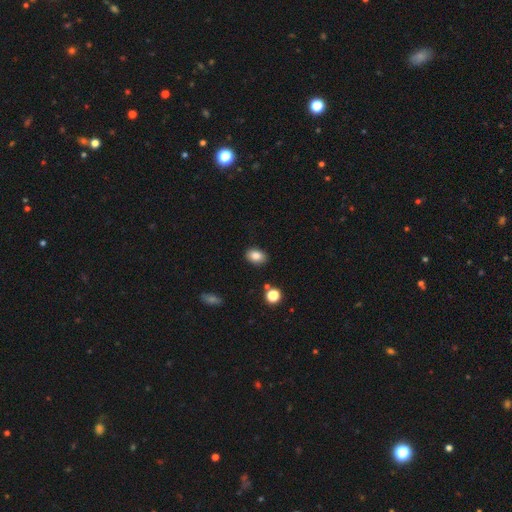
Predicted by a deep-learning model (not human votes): This appears to be a smooth galaxy with no disk features (83%) that is in between round and cigar-shaped (79%). Merging: none (86%).